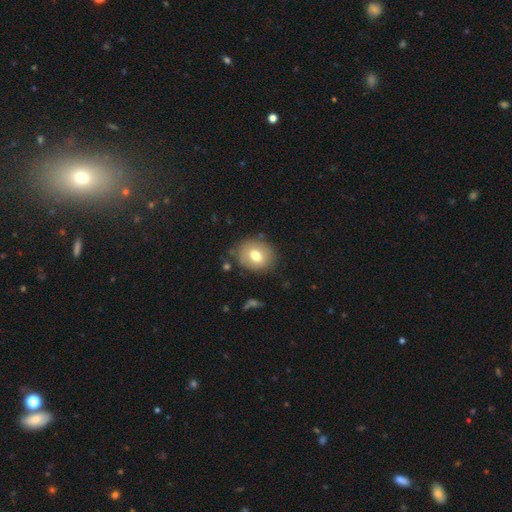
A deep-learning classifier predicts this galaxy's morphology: smooth 72%, featured or disk 19%, star or artifact 9%. Down the decision tree: how rounded — round (57%); merging — none (81%).